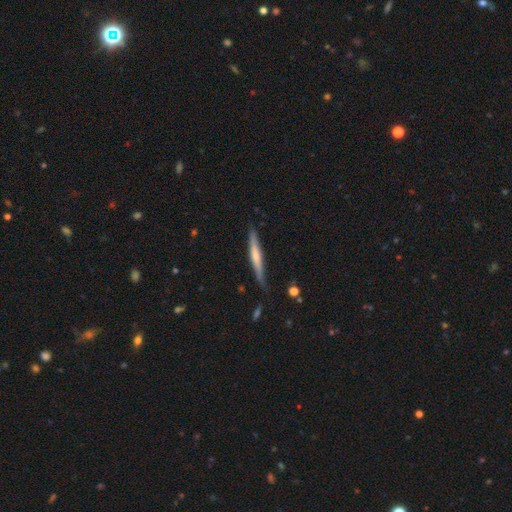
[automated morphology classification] Overall: smooth (48%; featured or disk 47%). Merging: none (75%).